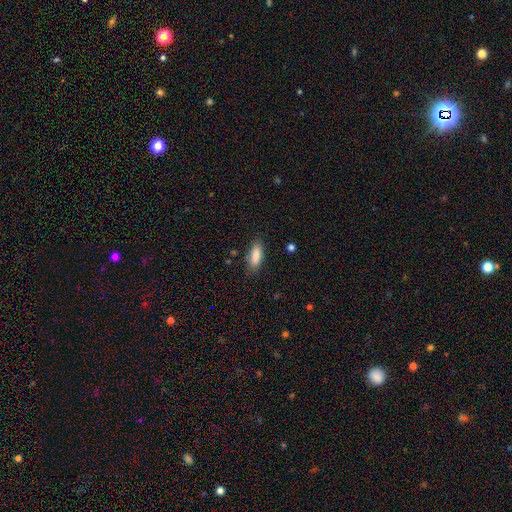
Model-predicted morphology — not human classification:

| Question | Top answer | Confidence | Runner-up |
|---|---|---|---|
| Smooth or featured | smooth | 87% | star or artifact (7%) |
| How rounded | in between | 78% | cigar-shaped (20%) |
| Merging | none | 82% | minor disturbance (13%) |